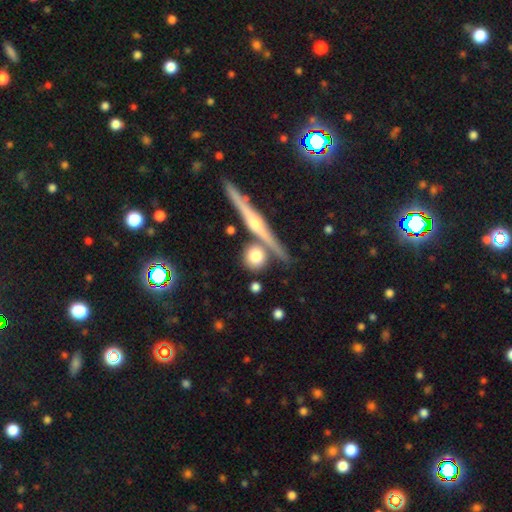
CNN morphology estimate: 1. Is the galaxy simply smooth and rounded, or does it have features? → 69% smooth, 24% featured or disk, 7% star or artifact.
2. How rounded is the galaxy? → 83% round, 10% in between, 7% cigar-shaped.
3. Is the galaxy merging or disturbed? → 73% none, 13% merger, 11% minor disturbance, 3% major disturbance.